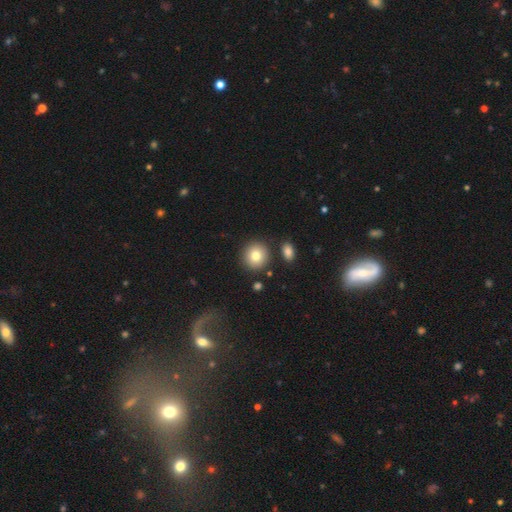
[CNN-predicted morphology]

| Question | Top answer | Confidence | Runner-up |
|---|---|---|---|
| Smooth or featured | smooth | 81% | featured or disk (10%) |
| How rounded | round | 90% | in between (9%) |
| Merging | none | 85% | minor disturbance (7%) |